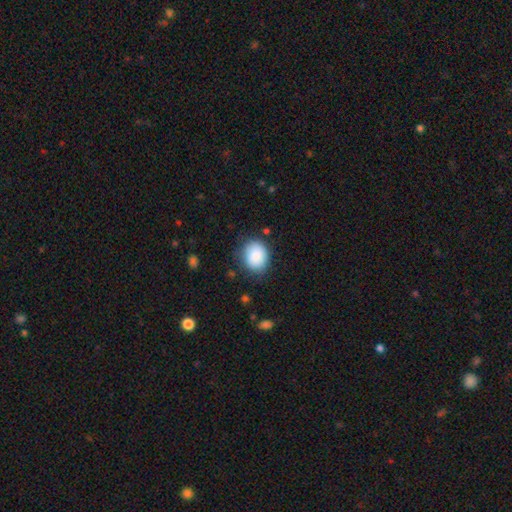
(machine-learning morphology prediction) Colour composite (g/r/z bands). It shows a smooth galaxy with no disk features (87%) that is round (57%). Merging: none (77%).